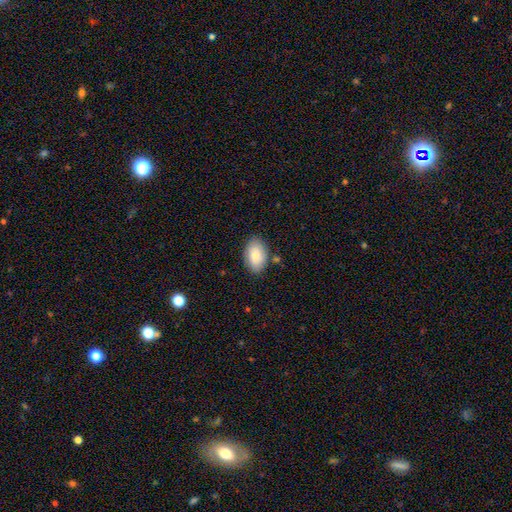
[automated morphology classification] Smooth or featured? smooth (81%)
How rounded? in between (91%)
Merging? none (82%)